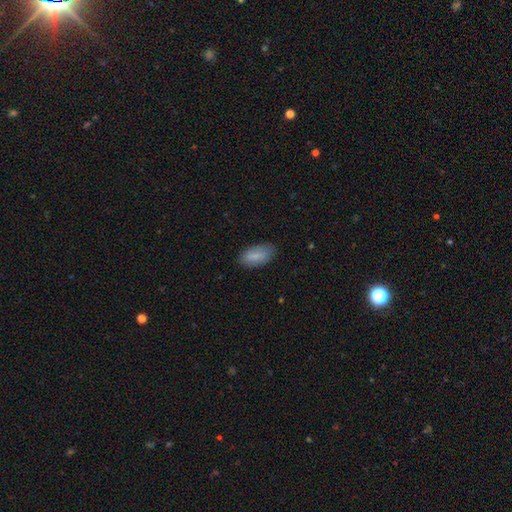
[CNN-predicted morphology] A smooth galaxy with no disk features (85%) that is in between round and cigar-shaped (90%).

Vote fractions:
- Smooth or featured? smooth: 85% / featured or disk: 9% / star or artifact: 6%
- How rounded? in between: 90% / cigar-shaped: 8% / round: 2%
- Merging? none: 82% / minor disturbance: 14% / major disturbance: 3% / merger: 1%